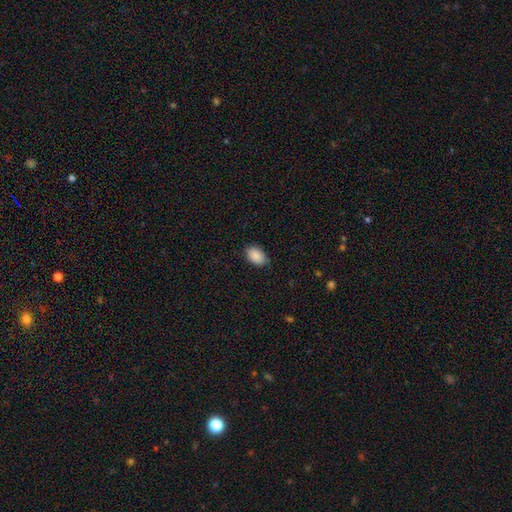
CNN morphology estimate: type=smooth (90%); roundness=in between (89%); merging=none (84%).